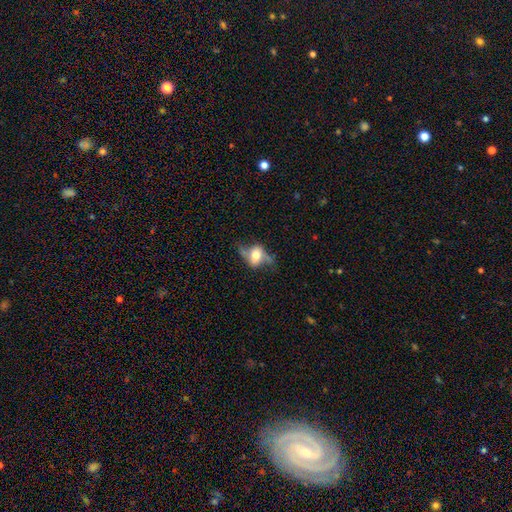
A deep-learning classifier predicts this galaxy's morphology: Smooth or featured? Predicted: featured or disk (p=0.60). Edge-on disk? Predicted: no (p=0.70). Merging? Predicted: none (p=0.56).